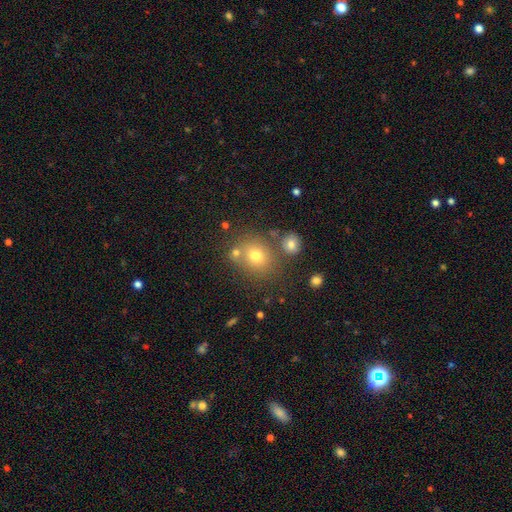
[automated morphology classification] smooth 70%, star or artifact 17%, featured or disk 12%. Down the decision tree: how rounded — round (72%); merging — none (68%).